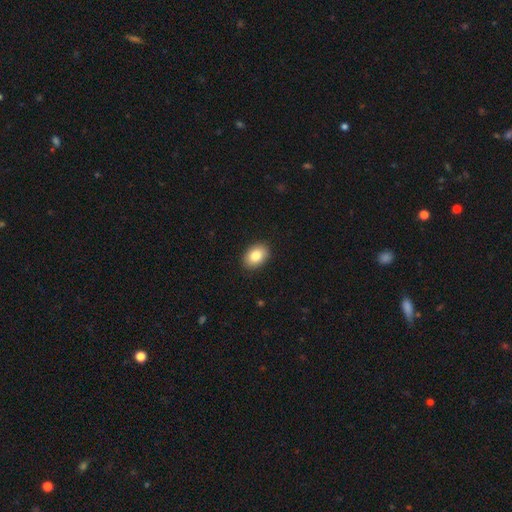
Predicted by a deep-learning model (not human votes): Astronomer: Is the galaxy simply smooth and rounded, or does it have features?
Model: smooth — 84%.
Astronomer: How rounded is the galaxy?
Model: in between — 81%.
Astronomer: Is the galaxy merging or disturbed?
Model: none — 90%.